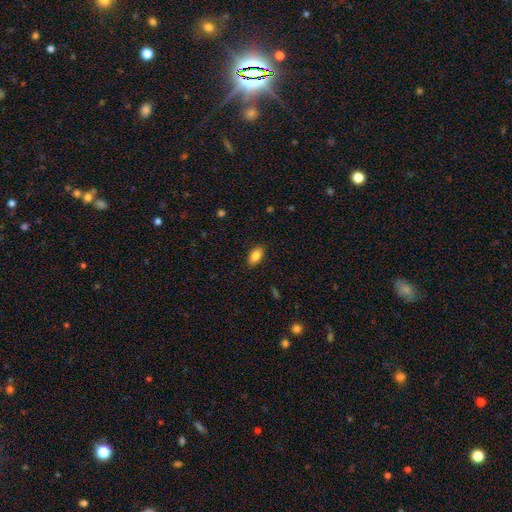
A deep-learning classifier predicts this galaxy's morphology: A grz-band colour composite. It shows a smooth galaxy with no disk features (85%) that is in between round and cigar-shaped (91%). Merging: none (87%).